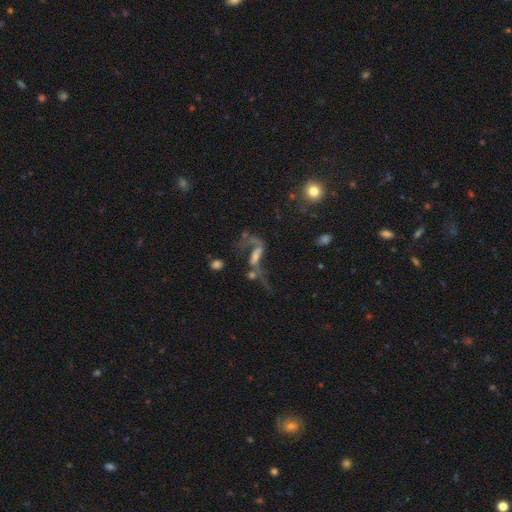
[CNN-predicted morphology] This is likely a featured or disk galaxy (63%). It is clearly not viewed edge-on (89%). Bar: marginally no (41%). Spiral arm pattern: likely yes (69%). Central bulge: marginally none (35%). Merging: marginally major disturbance (34%).